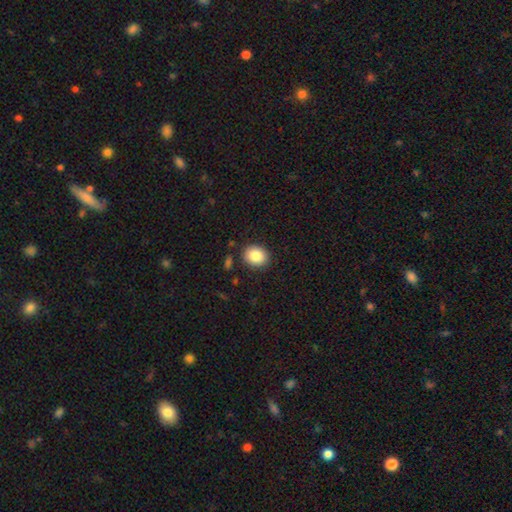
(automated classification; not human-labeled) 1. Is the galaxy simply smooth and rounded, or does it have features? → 86% smooth, 8% star or artifact, 6% featured or disk.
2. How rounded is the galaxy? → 60% round, 39% in between, 1% cigar-shaped.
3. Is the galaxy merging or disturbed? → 87% none, 8% minor disturbance, 2% major disturbance, 2% merger.